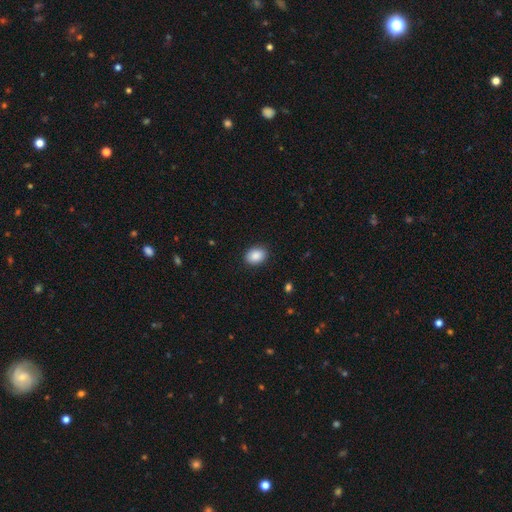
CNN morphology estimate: A smooth galaxy with no disk features (89%) that is in between round and cigar-shaped (70%). Merging: none (90%).